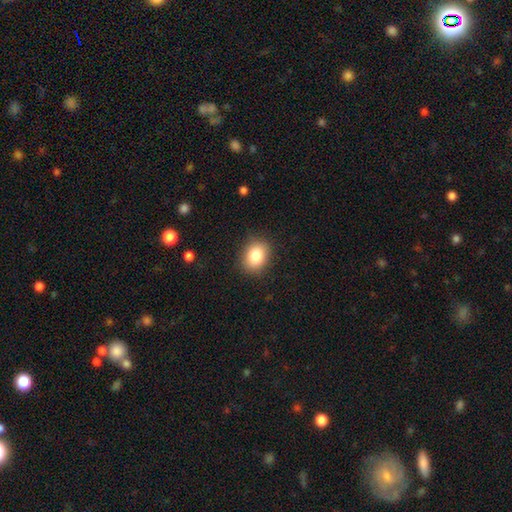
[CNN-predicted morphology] Smooth or featured? Predicted: smooth (p=0.83). How rounded? Predicted: in between (p=0.56). Merging? Predicted: none (p=0.87).